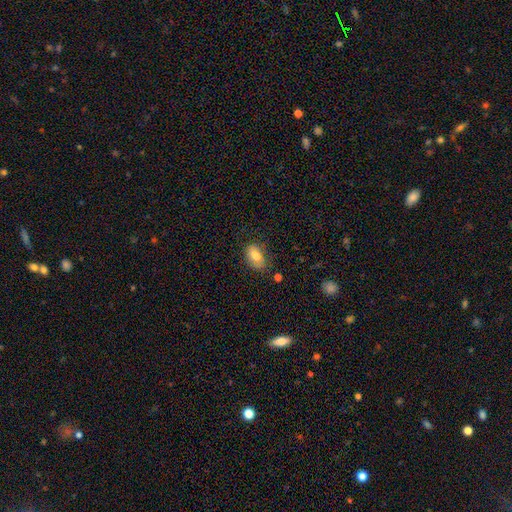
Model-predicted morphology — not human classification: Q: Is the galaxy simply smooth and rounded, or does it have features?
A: smooth — 74%.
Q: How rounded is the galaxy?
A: in between — 89%.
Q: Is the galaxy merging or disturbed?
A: none — 72%.